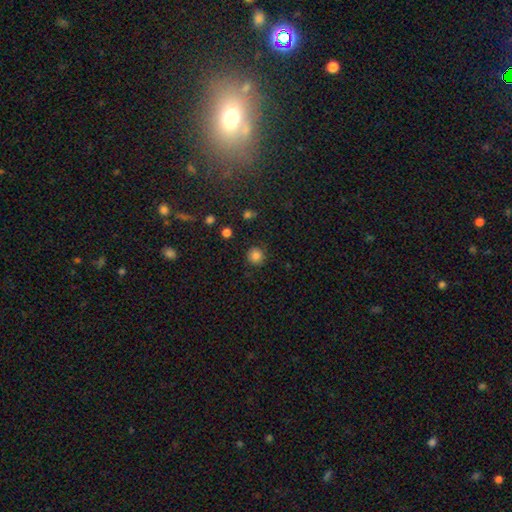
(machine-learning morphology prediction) This is clearly a smooth galaxy (84%). How rounded: clearly round (93%). Merging: clearly none (88%).